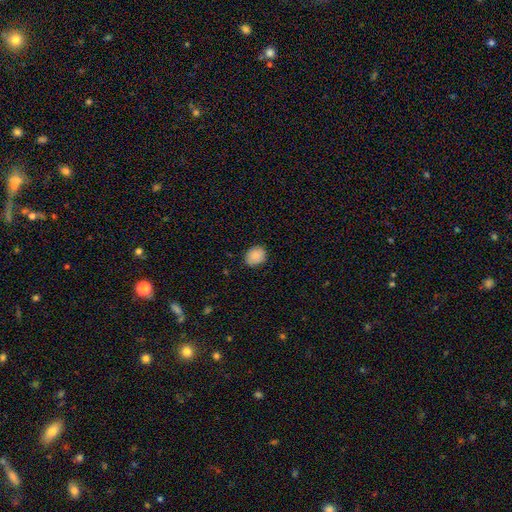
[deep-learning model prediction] smooth-or-featured: smooth: 86% | star or artifact: 8% | featured or disk: 6%
  how-rounded: round: 59% | in between: 40% | cigar-shaped: 1%
  merging: none: 82% | minor disturbance: 15% | major disturbance: 2% | merger: 1%